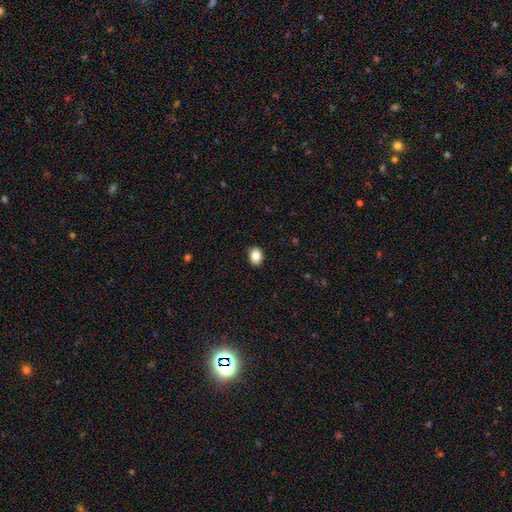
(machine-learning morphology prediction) smooth_or_featured: smooth (p=0.86) [alt: star or artifact p=0.09]
how_rounded: in between (p=0.66) [alt: round p=0.33]
merging: none (p=0.89) [alt: minor disturbance p=0.08]